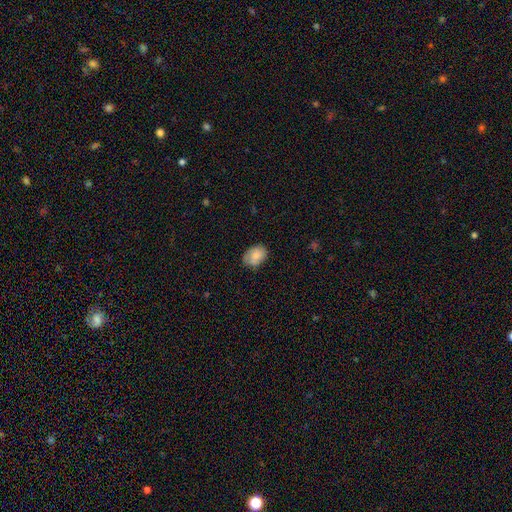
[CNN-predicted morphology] This appears to be a smooth galaxy with no disk features (79%) that is in between round and cigar-shaped (72%). Merging: none (71%).